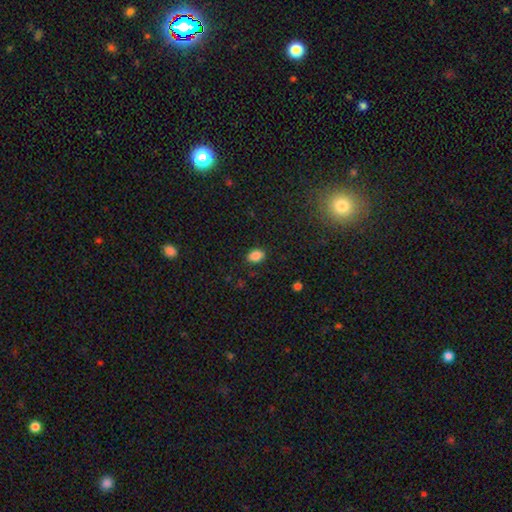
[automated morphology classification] This is clearly a smooth galaxy (87%). How rounded: clearly in between (81%). Merging: clearly none (86%).